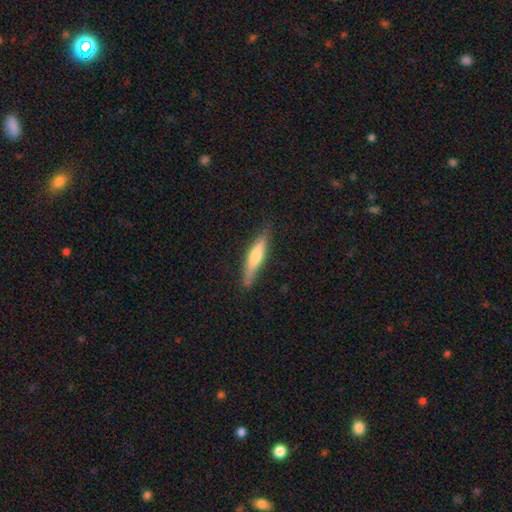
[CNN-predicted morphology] smooth-or-featured: smooth: 57% | featured or disk: 38% | star or artifact: 6%
  how-rounded: cigar-shaped: 85% | in between: 14% | round: 1%
  merging: none: 78% | minor disturbance: 17% | major disturbance: 3% | merger: 2%